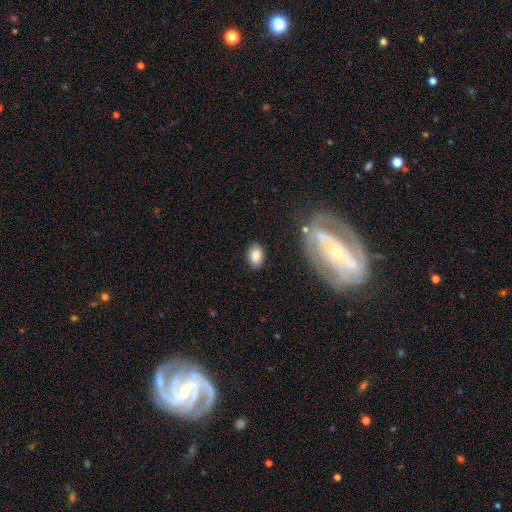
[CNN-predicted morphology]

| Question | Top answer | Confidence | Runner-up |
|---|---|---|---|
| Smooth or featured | smooth | 84% | featured or disk (9%) |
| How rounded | in between | 84% | round (14%) |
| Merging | none | 83% | minor disturbance (12%) |